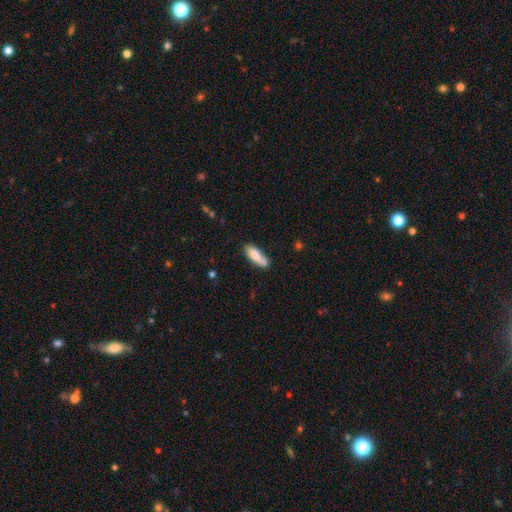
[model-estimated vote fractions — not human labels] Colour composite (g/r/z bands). It shows a smooth galaxy with no disk features (80%) that is in between round and cigar-shaped (56%). Merging: none (62%).